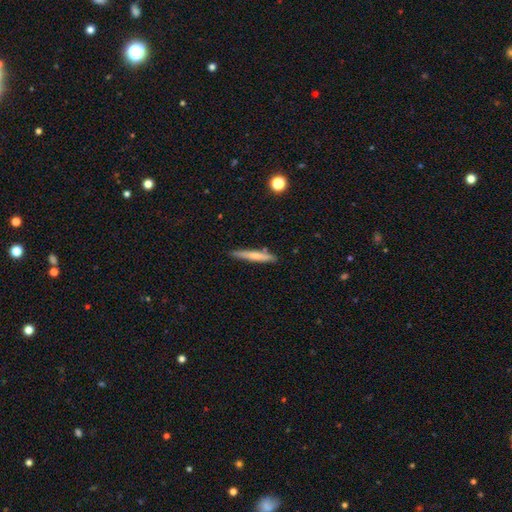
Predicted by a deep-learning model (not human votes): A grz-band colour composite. It shows a smooth galaxy with no disk features (61%) that is cigar-shaped (94%). Merging: none (82%).